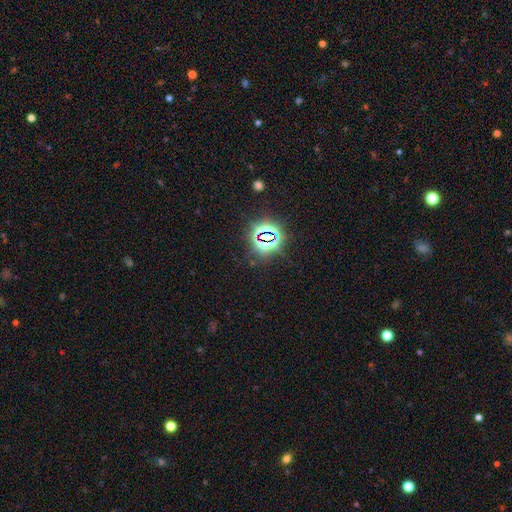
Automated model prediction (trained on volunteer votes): smooth-or-featured: star or artifact: 81% | smooth: 12% | featured or disk: 7%